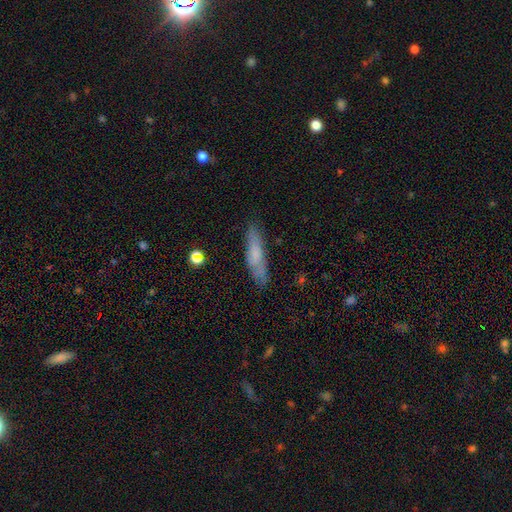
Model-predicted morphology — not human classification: Smooth or featured?
  - smooth: 67% *
  - featured or disk: 25%
  - star or artifact: 8%
How rounded?
  - cigar-shaped: 71% *
  - in between: 28%
  - round: 2%
Merging?
  - none: 72% *
  - minor disturbance: 20%
  - major disturbance: 5%
  - merger: 2%